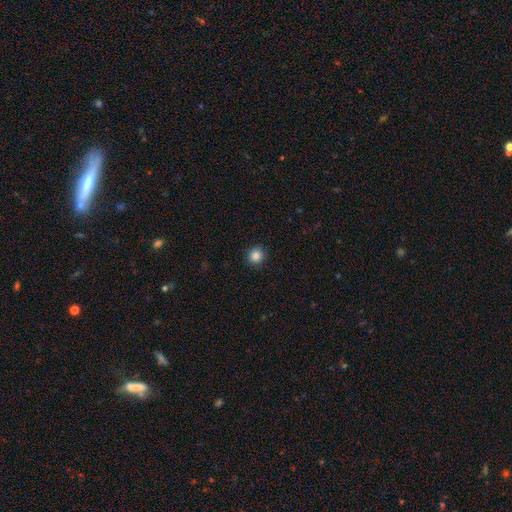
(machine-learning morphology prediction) Smooth or featured?
  - smooth: 85% *
  - star or artifact: 10%
  - featured or disk: 4%
How rounded?
  - round: 91% *
  - in between: 8%
  - cigar-shaped: 1%
Merging?
  - none: 91% *
  - minor disturbance: 6%
  - major disturbance: 2%
  - merger: 1%